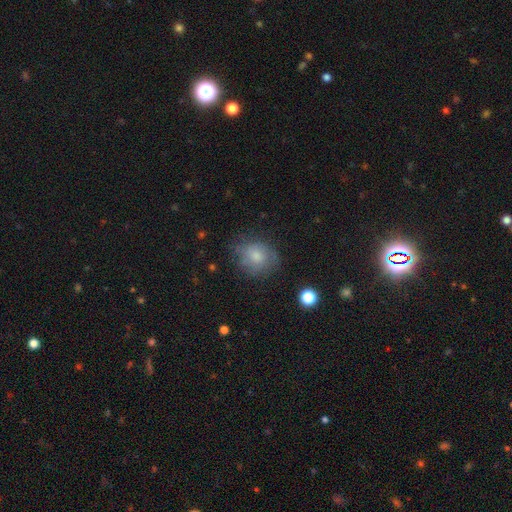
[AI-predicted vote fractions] Smooth or featured? smooth (71%)
How rounded? round (67%)
Merging? none (63%)